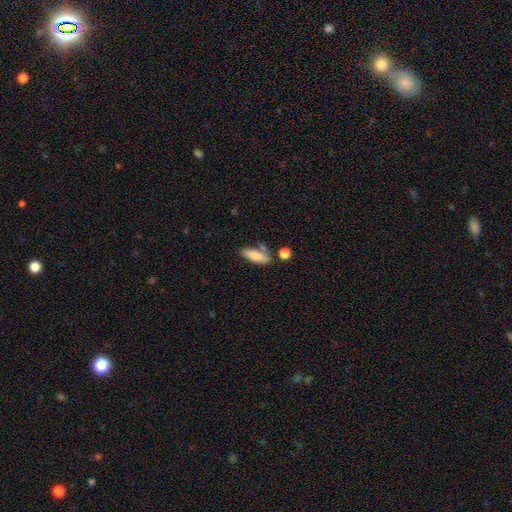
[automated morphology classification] The model was most divided on "how rounded": in between: 55%, cigar-shaped: 42%, round: 3%. More confident: smooth or featured — smooth (78%); merging — none (65%).